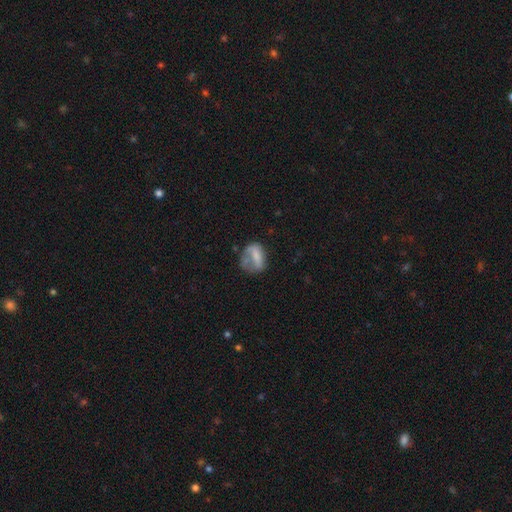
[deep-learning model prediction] The model was most divided on "merging": none: 35%, major disturbance: 33%, minor disturbance: 27%, merger: 5%. More confident: smooth or featured — smooth (61%); how rounded — in between (57%).